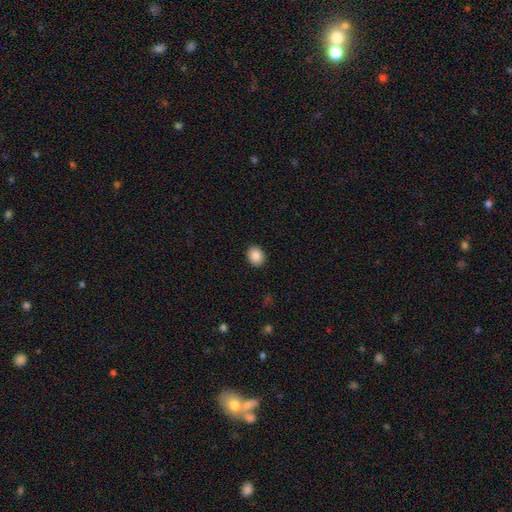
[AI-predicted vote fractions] Morphology: type=smooth (87%); roundness=round (58%); merging=none (91%).